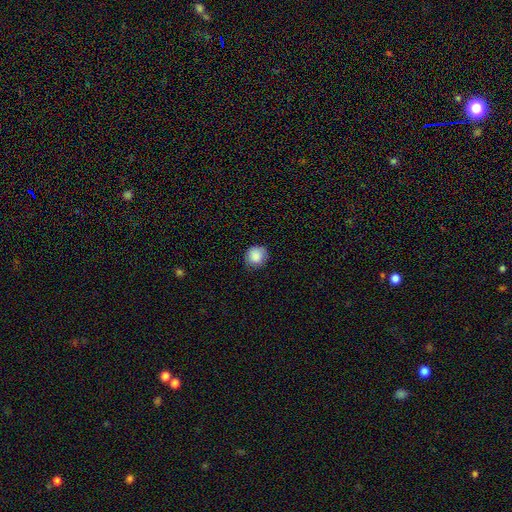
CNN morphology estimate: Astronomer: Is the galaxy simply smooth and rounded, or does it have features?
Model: smooth — 87%.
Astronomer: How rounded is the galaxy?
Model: round — 86%.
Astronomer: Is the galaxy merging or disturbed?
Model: none — 81%.